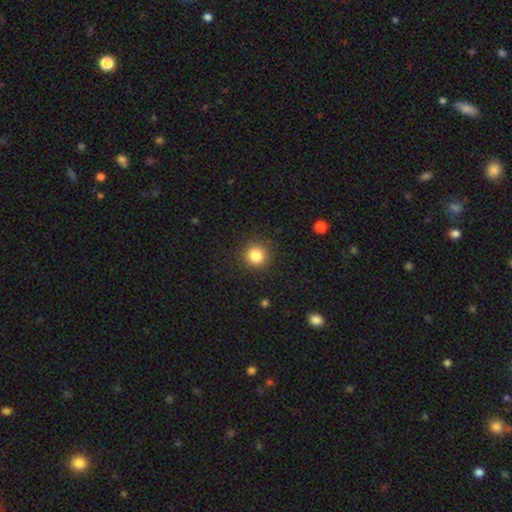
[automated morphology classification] A smooth galaxy with no disk features (84%) that is round (93%). Merging: none (90%).